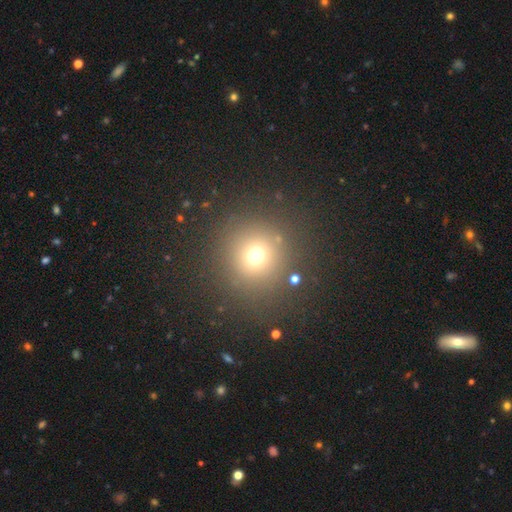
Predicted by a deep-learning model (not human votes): Morphology: type=smooth (68%); roundness=round (93%); merging=none (85%).